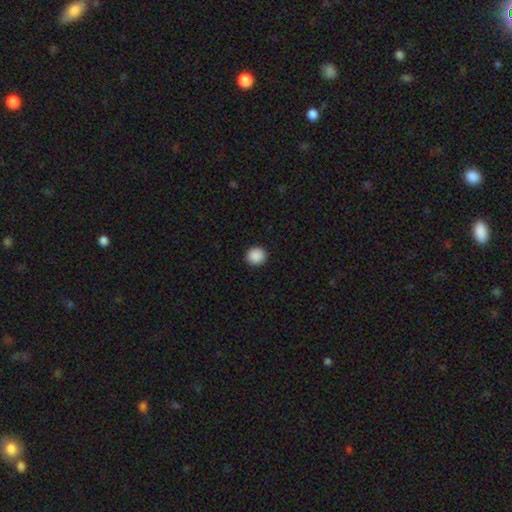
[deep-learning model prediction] Q: Smooth or featured?
A: smooth (89%); runner-up: star or artifact (8%)
Q: How rounded?
A: round (90%); runner-up: in between (9%)
Q: Merging?
A: none (93%); runner-up: minor disturbance (5%)